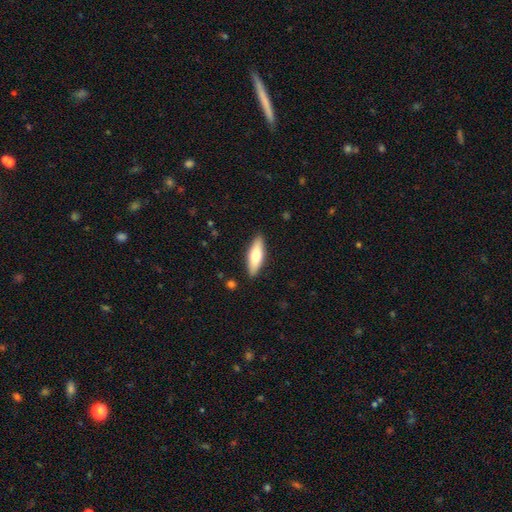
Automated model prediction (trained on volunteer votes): Overall: smooth (71%). How rounded: in between (55%; cigar-shaped 43%). Merging: none (88%).